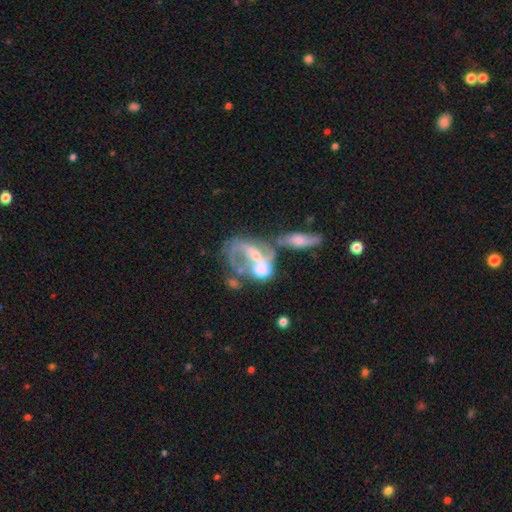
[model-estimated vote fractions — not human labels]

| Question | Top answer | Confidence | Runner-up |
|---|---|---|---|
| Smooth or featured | featured or disk | 60% | smooth (24%) |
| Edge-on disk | no | 84% | yes (16%) |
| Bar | no | 66% | weak (22%) |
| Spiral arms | no | 55% | yes (45%) |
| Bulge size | moderate | 41% | small (33%) |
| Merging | merger | 61% | none (16%) |